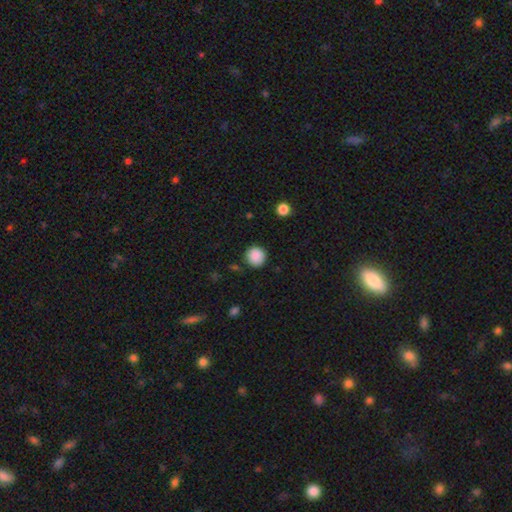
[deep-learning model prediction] This appears to be a smooth galaxy with no disk features (88%) that is round (93%). Merging: none (89%).